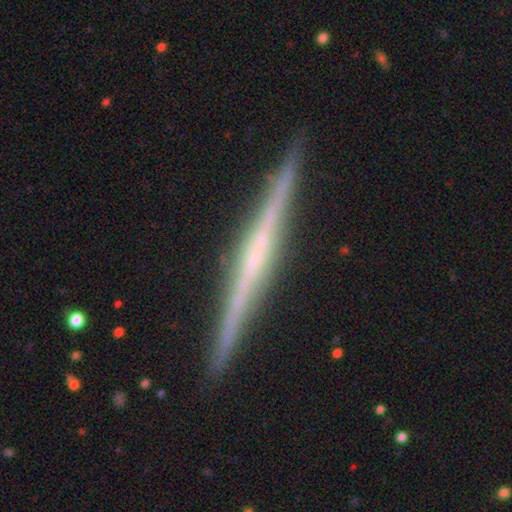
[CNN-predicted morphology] The model was most divided on "edge-on bulge": none: 61%, rounded: 24%, boxy: 14%. More confident: edge-on disk — yes (98%); merging — none (92%); smooth or featured — featured or disk (82%).